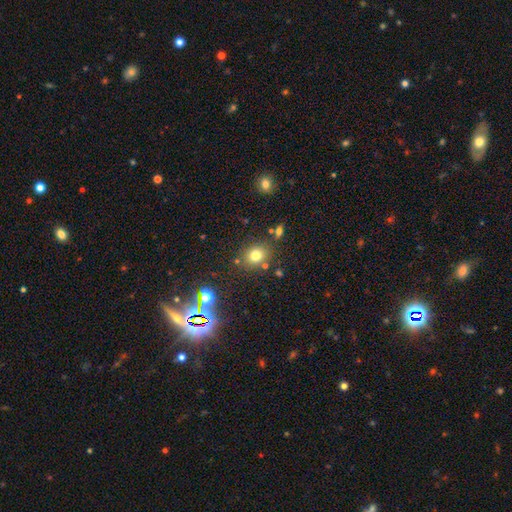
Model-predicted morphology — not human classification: A smooth galaxy with no disk features (75%) that is round (64%).

Vote fractions:
- Smooth or featured? smooth: 75% / star or artifact: 16% / featured or disk: 9%
- How rounded? round: 64% / in between: 35% / cigar-shaped: 1%
- Merging? none: 79% / minor disturbance: 11% / merger: 6% / major disturbance: 4%